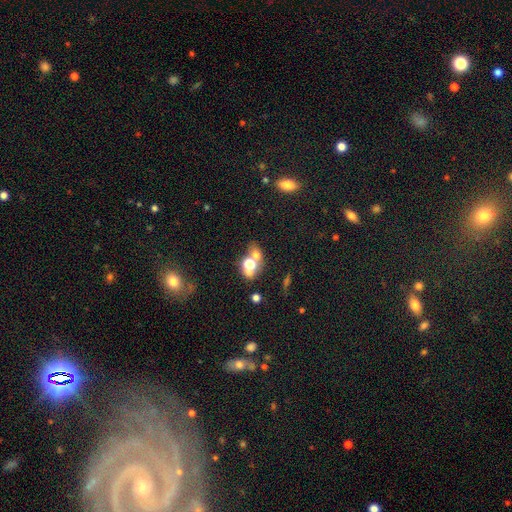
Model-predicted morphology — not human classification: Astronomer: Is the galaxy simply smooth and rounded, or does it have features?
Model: smooth — 59%.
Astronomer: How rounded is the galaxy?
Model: in between — 53% (runner-up: round, 44%).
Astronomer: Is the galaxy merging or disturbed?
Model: merger — 51% (runner-up: none, 34%).